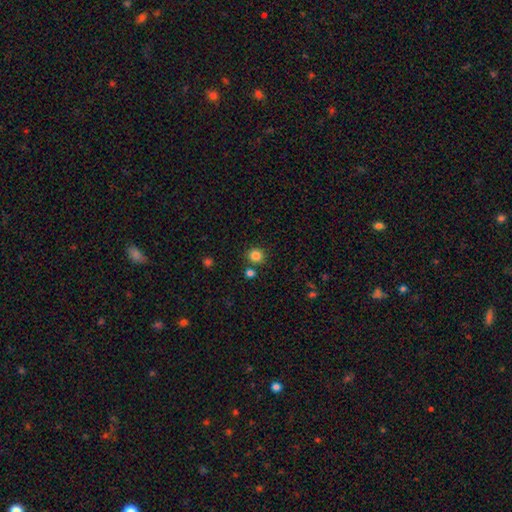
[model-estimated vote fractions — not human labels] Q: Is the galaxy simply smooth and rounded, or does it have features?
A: smooth — 83%.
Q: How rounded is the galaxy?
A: round — 91%.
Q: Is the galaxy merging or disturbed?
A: none — 83%.